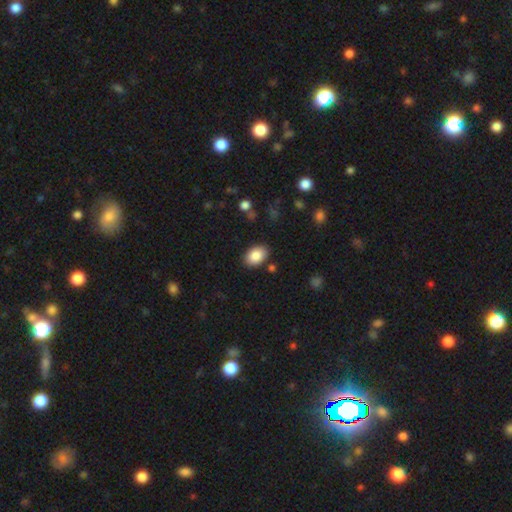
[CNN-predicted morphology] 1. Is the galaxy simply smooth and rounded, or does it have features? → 87% smooth, 7% star or artifact, 6% featured or disk.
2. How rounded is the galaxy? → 83% in between, 16% round, 1% cigar-shaped.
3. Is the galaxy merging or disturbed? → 86% none, 10% minor disturbance, 2% major disturbance, 2% merger.